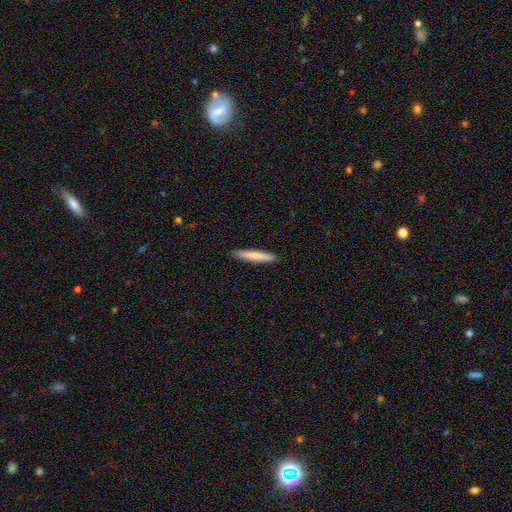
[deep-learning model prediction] The model was most divided on "smooth or featured": smooth: 76%, featured or disk: 19%, star or artifact: 5%. More confident: how rounded — cigar-shaped (94%); merging — none (91%).